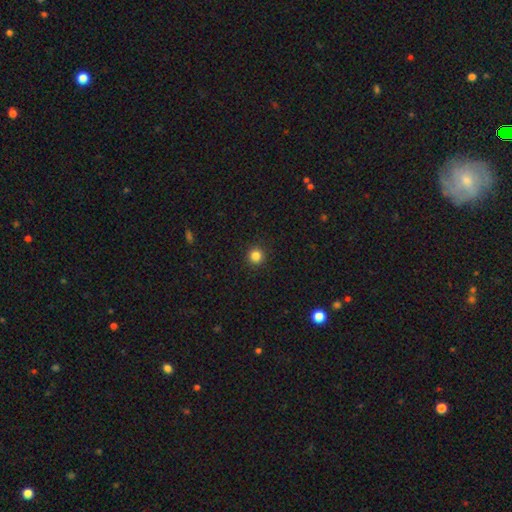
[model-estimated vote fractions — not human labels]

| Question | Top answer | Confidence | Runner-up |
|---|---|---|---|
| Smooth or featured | smooth | 84% | star or artifact (12%) |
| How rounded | round | 95% | in between (4%) |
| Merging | none | 93% | minor disturbance (5%) |